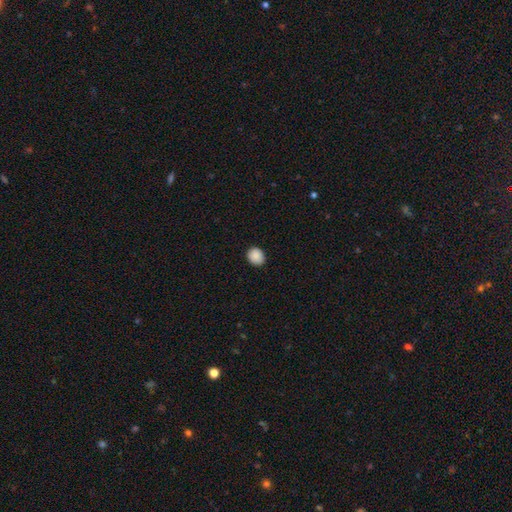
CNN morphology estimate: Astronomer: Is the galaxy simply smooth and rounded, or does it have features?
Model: smooth — 89%.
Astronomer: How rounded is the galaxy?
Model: round — 71%.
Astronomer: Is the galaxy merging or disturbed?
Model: none — 88%.